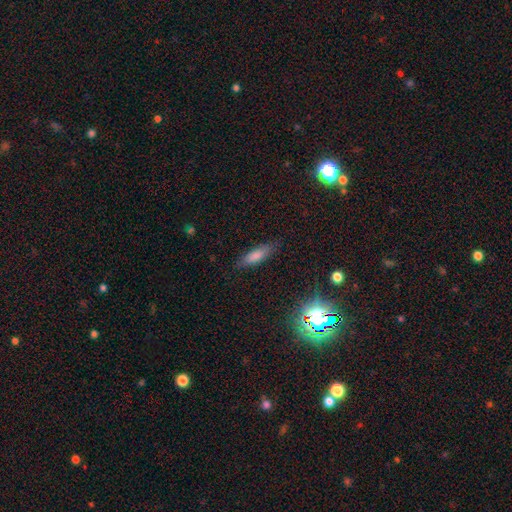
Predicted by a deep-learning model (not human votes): Smooth or featured: smooth — 77% (featured or disk — 14%)
How rounded: cigar-shaped — 52% (in between — 47%)
Merging: none — 82% (minor disturbance — 14%)